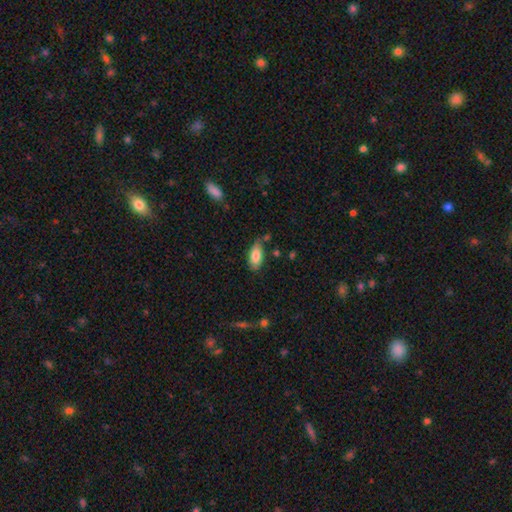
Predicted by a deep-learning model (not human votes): smooth 82%, featured or disk 11%, star or artifact 7%. Down the decision tree: how rounded — in between (89%); merging — none (65%).